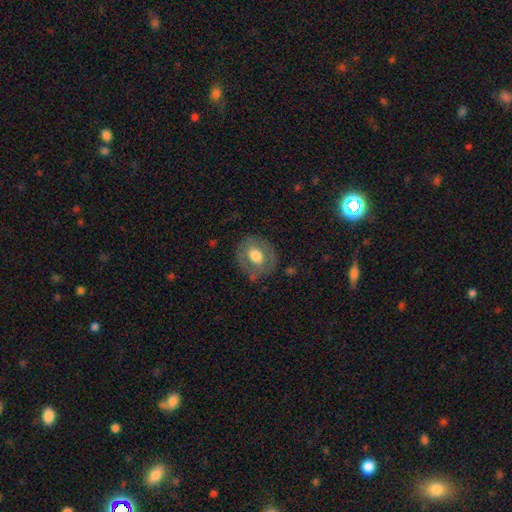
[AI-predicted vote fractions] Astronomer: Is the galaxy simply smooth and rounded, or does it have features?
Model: smooth — 57% (runner-up: featured or disk, 36%).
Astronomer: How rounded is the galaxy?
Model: round — 67%.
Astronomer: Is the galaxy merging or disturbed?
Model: none — 78%.